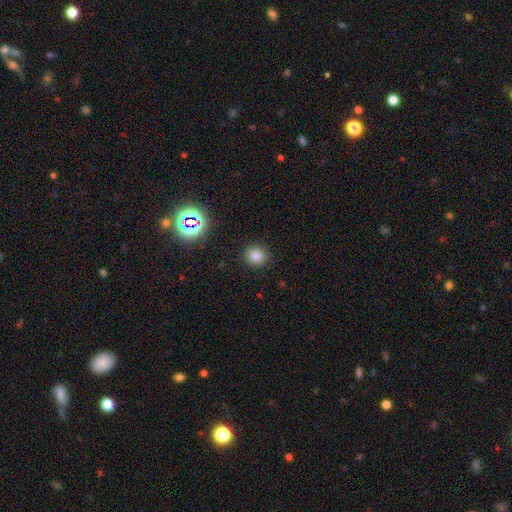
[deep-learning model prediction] Smooth or featured? Predicted: smooth (p=0.79). How rounded? Predicted: round (p=0.86). Merging? Predicted: none (p=0.90).